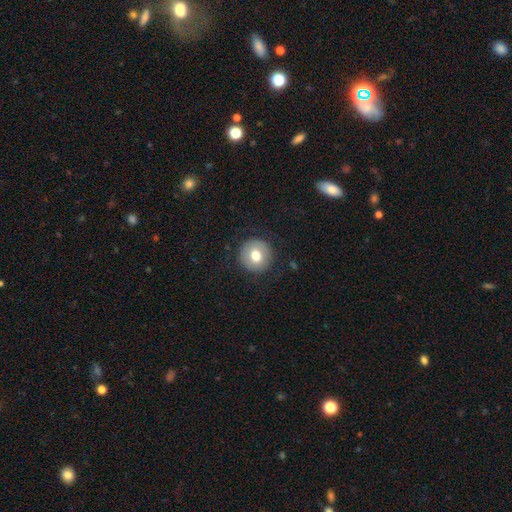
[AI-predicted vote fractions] smooth-or-featured: smooth: 73% | featured or disk: 18% | star or artifact: 9%
  how-rounded: round: 95% | in between: 4% | cigar-shaped: 1%
  merging: none: 88% | minor disturbance: 8% | major disturbance: 3% | merger: 1%